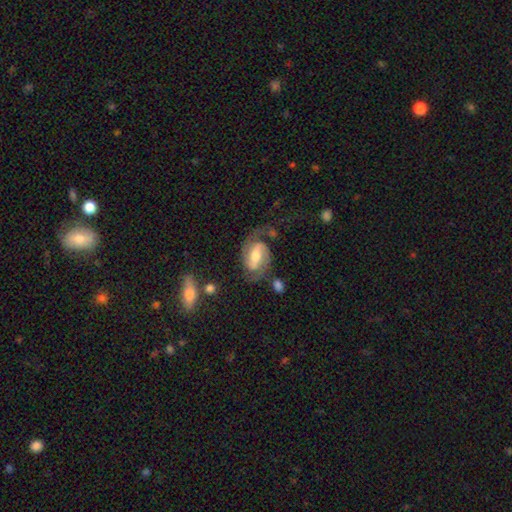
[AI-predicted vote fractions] smooth-or-featured: featured or disk: 84% | smooth: 11% | star or artifact: 5%
  disk-edge-on: no: 97% | yes: 3%
    bar: weak: 44% | strong: 37% | no: 19%
    has-spiral-arms: yes: 95% | no: 5%
      spiral-winding: medium: 50% | tight: 32% | loose: 18%
      spiral-arm-count: 2: 88% | can't tell: 4% | 1: 4% | 3: 2% | 4: 1% | more than 4: 1%
    bulge-size: moderate: 60% | small: 24% | large: 12% | none: 3% | dominant: 2%
  merging: none: 63% | minor disturbance: 19% | major disturbance: 14% | merger: 4%